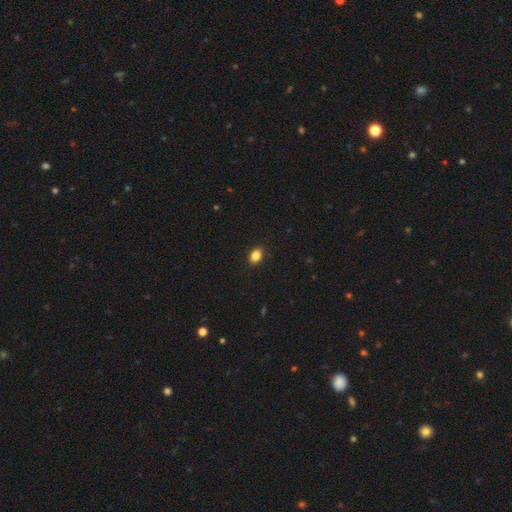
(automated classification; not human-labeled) Smooth or featured? Predicted: smooth (p=0.85). How rounded? Predicted: in between (p=0.71). Merging? Predicted: none (p=0.89).